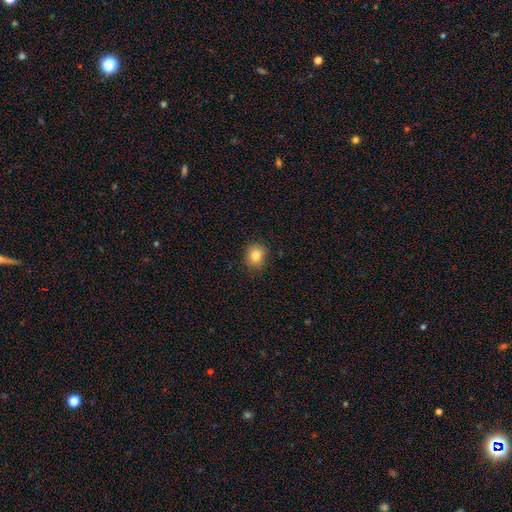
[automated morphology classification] Overall: smooth (83%). How rounded: round (75%). Merging: none (87%).